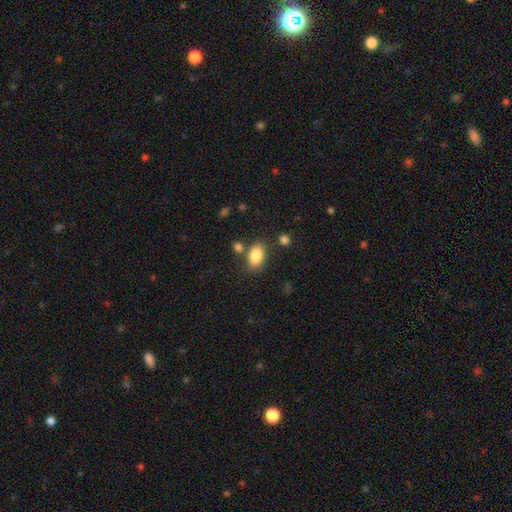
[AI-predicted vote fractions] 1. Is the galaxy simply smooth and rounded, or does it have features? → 86% smooth, 8% star or artifact, 6% featured or disk.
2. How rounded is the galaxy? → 90% in between, 8% round, 2% cigar-shaped.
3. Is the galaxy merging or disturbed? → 73% none, 13% minor disturbance, 10% merger, 4% major disturbance.